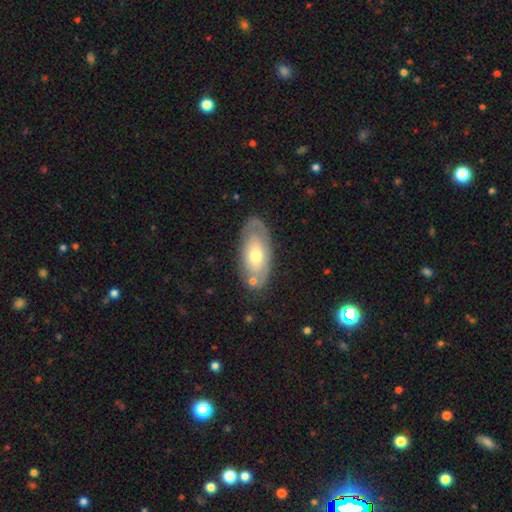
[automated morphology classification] type=smooth (49%); merging=none (70%).